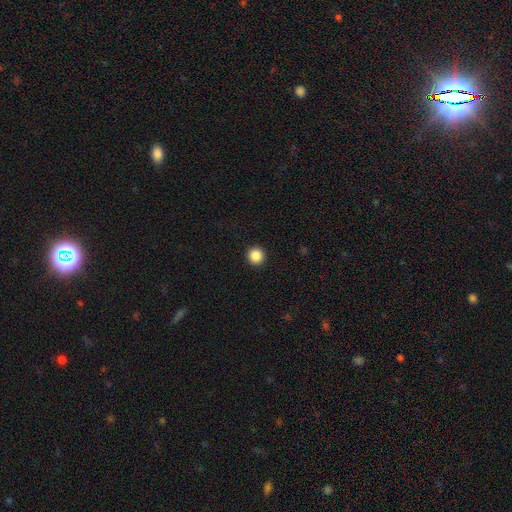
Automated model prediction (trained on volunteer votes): Smooth or featured? Predicted: smooth (p=0.87). How rounded? Predicted: round (p=0.96). Merging? Predicted: none (p=0.94).